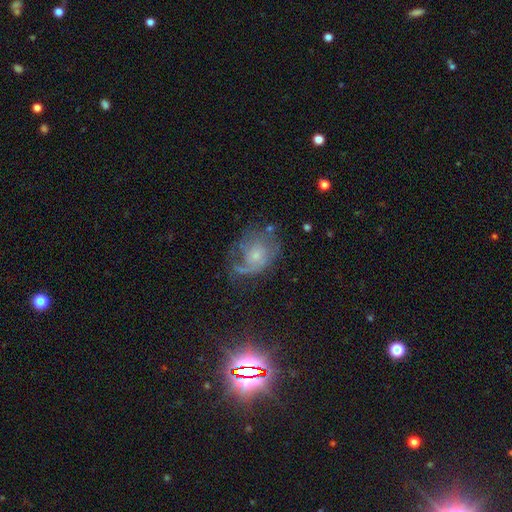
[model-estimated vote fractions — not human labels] Smooth or featured?
  - featured or disk: 60% *
  - smooth: 26%
  - star or artifact: 14%
Edge-on disk?
  - no: 97% *
  - yes: 3%
Bar?
  - no: 78% *
  - weak: 19%
  - strong: 3%
Spiral arms?
  - yes: 74% *
  - no: 26%
Bulge size?
  - small: 63% *
  - moderate: 27%
  - none: 7%
  - large: 3%
  - dominant: 1%
Merging?
  - none: 41% *
  - major disturbance: 31%
  - minor disturbance: 24%
  - merger: 4%